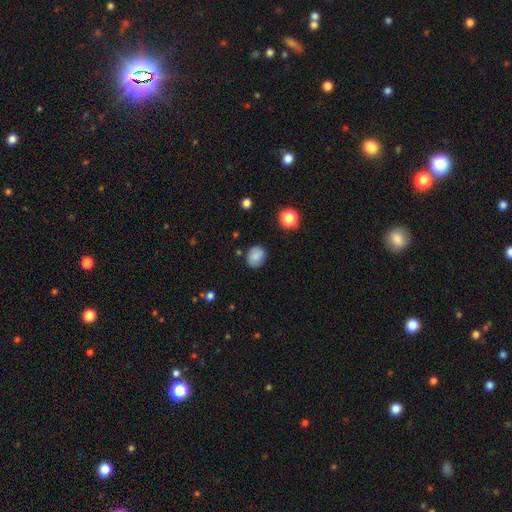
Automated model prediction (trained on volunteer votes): smooth-or-featured: smooth: 80% | featured or disk: 11% | star or artifact: 9%
  how-rounded: round: 54% | in between: 45% | cigar-shaped: 1%
  merging: none: 81% | minor disturbance: 13% | major disturbance: 3% | merger: 2%